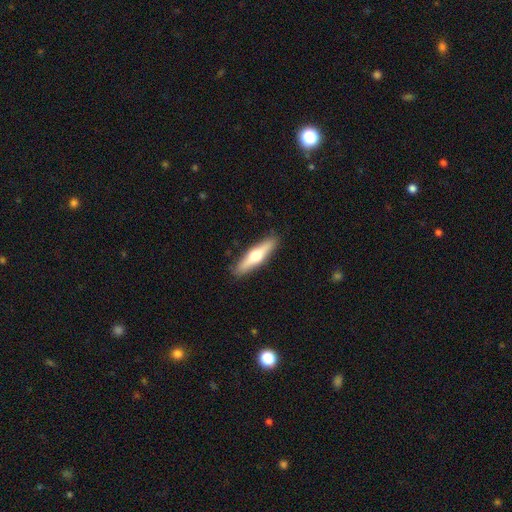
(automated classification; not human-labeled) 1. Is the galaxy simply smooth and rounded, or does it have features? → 52% featured or disk, 43% smooth, 5% star or artifact.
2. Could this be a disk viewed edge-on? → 92% yes, 8% no.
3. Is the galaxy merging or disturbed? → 90% none, 8% minor disturbance, 2% major disturbance, 1% merger.